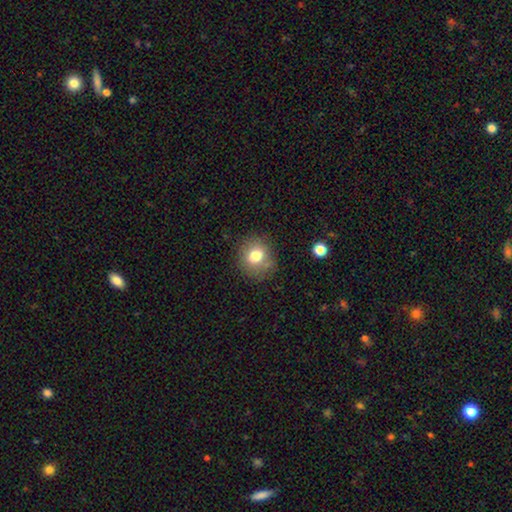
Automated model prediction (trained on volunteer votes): Smooth or featured? smooth (77%)
How rounded? round (80%)
Merging? none (79%)